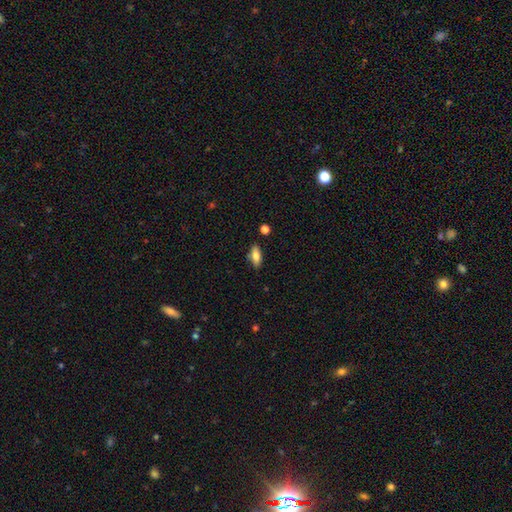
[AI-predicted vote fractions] This is clearly a smooth galaxy (80%). How rounded: clearly in between (81%). Merging: clearly none (81%).